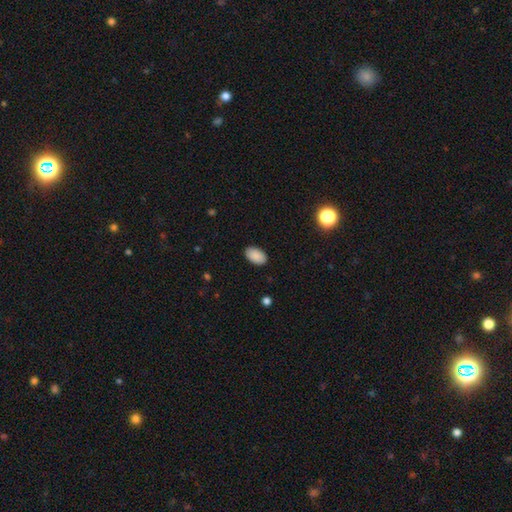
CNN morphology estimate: This appears to be a smooth galaxy with no disk features (89%) that is in between round and cigar-shaped (93%). Merging: none (89%).